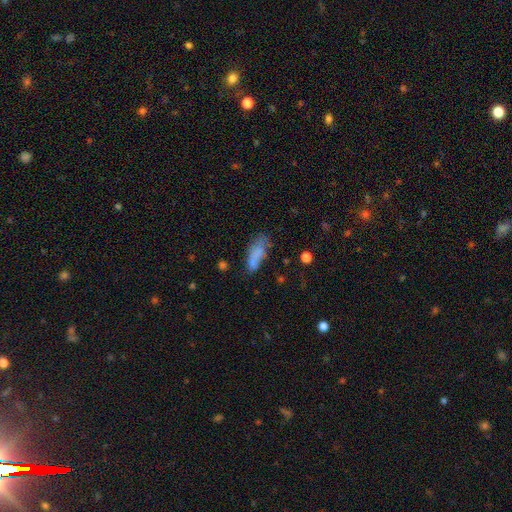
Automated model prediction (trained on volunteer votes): Smooth or featured? smooth (75%)
How rounded? in between (71%)
Merging? none (45%)